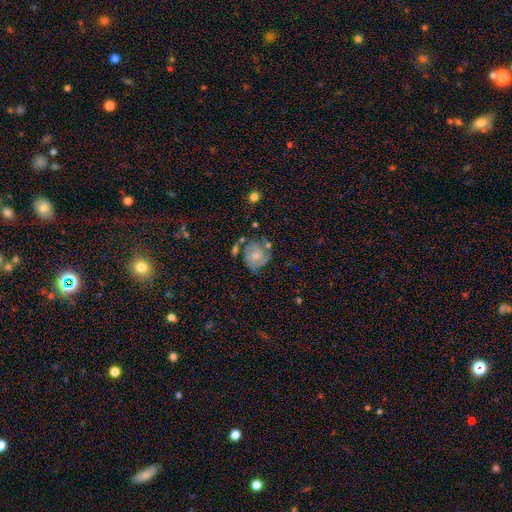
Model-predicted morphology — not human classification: This is likely a featured or disk galaxy (69%). It is clearly not viewed edge-on (97%). Bar: likely no (74%). Spiral arm pattern: clearly yes (87%). Spiral arm count: possibly 2 (48%). Spiral winding: possibly tight (58%). Central bulge: marginally small (44%). Merging: possibly none (52%).